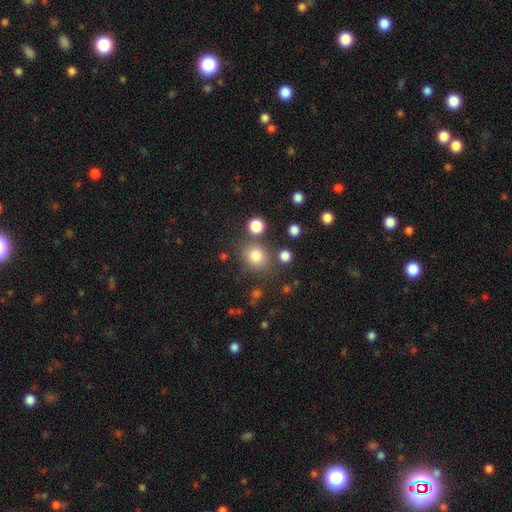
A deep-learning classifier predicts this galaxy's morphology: Smooth or featured: smooth — 80% (star or artifact — 13%)
How rounded: round — 74% (in between — 25%)
Merging: none — 76% (minor disturbance — 11%)